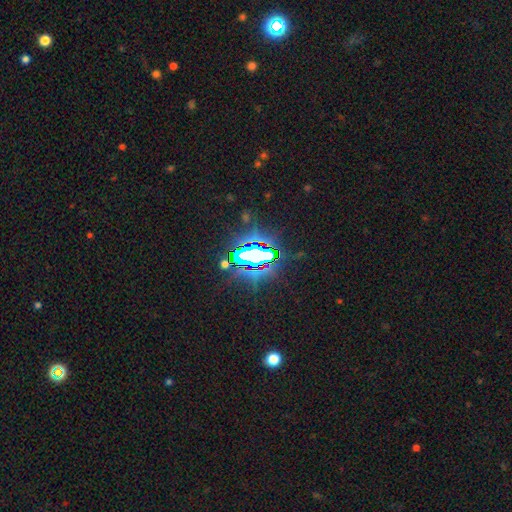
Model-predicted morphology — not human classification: Q: Smooth or featured?
A: star or artifact (75%); runner-up: smooth (13%)